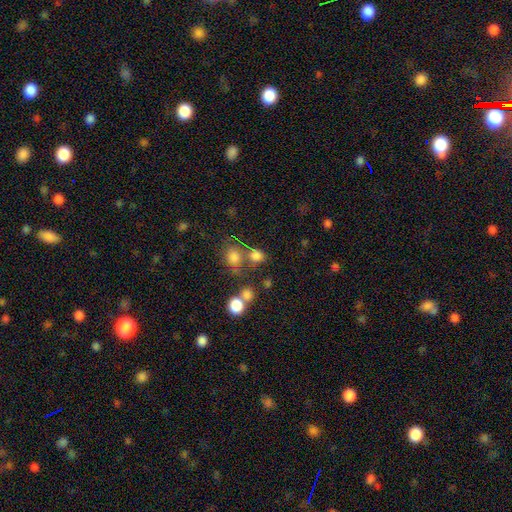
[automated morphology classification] smooth 76%, star or artifact 16%, featured or disk 8%. Down the decision tree: how rounded — round (68%); merging — none (57%).